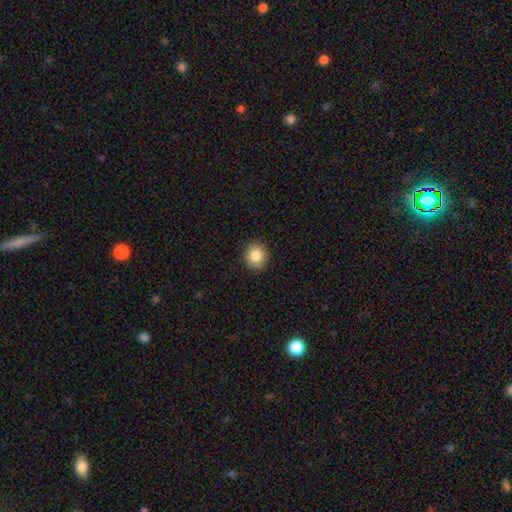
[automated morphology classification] This appears to be a smooth galaxy with no disk features (85%) that is round (79%). Merging: none (91%).